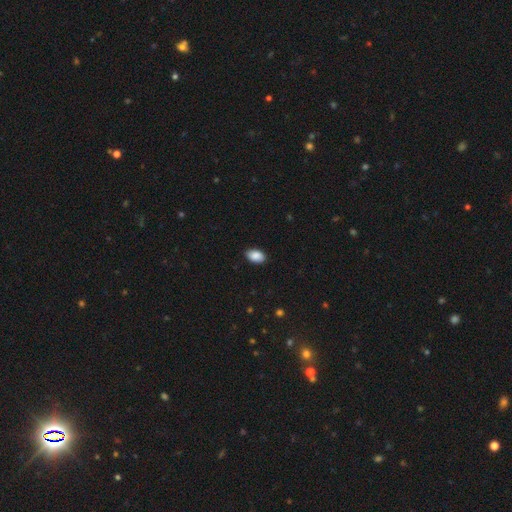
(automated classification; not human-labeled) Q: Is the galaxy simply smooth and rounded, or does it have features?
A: smooth — 89%.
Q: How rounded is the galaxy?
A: in between — 91%.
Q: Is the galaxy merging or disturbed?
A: none — 87%.